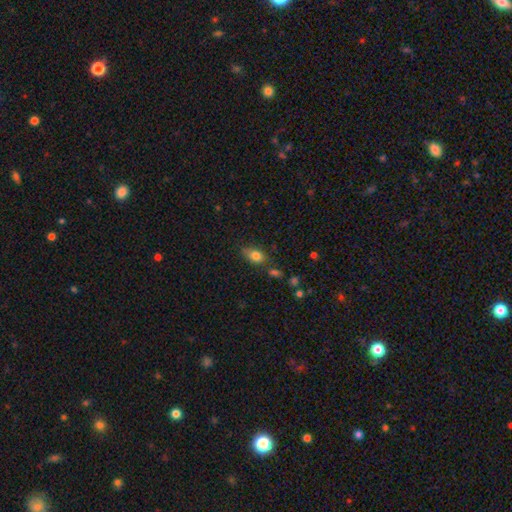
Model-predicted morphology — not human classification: Smooth or featured? Predicted: smooth (p=0.80). How rounded? Predicted: in between (p=0.85). Merging? Predicted: none (p=0.65).